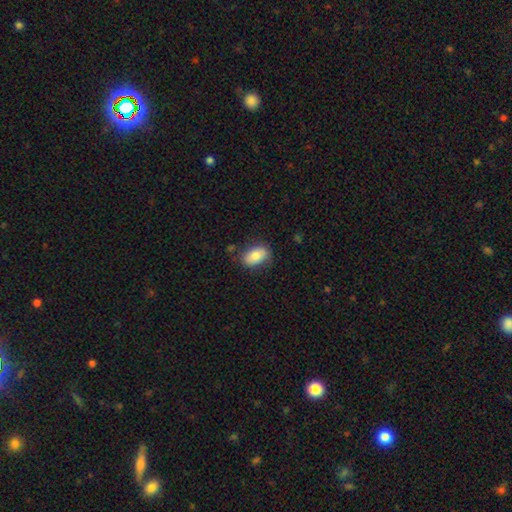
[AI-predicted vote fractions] Q: Smooth or featured?
A: smooth (78%); runner-up: featured or disk (15%)
Q: How rounded?
A: in between (88%); runner-up: round (10%)
Q: Merging?
A: none (76%); runner-up: minor disturbance (17%)